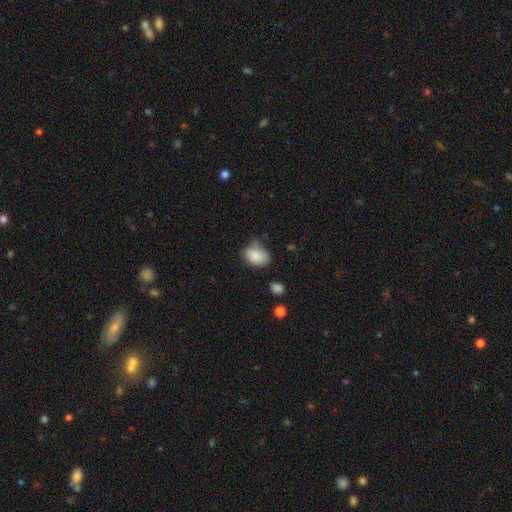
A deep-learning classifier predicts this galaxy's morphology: smooth_or_featured: smooth (p=0.84) [alt: star or artifact p=0.08]
how_rounded: in between (p=0.75) [alt: round p=0.23]
merging: none (p=0.55) [alt: minor disturbance p=0.32]